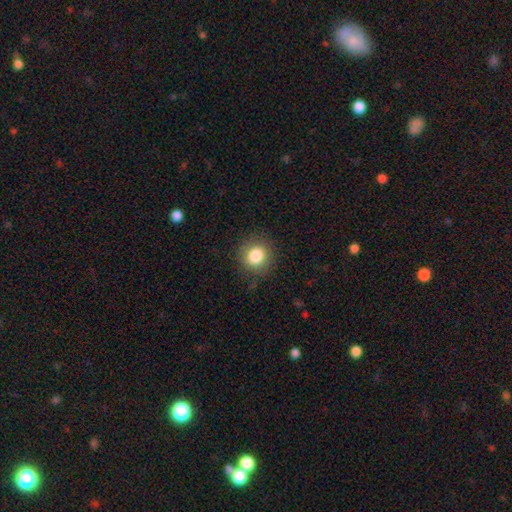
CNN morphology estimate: smooth_or_featured: smooth (p=0.83) [alt: star or artifact p=0.10]
how_rounded: round (p=0.85) [alt: in between p=0.14]
merging: none (p=0.85) [alt: minor disturbance p=0.10]